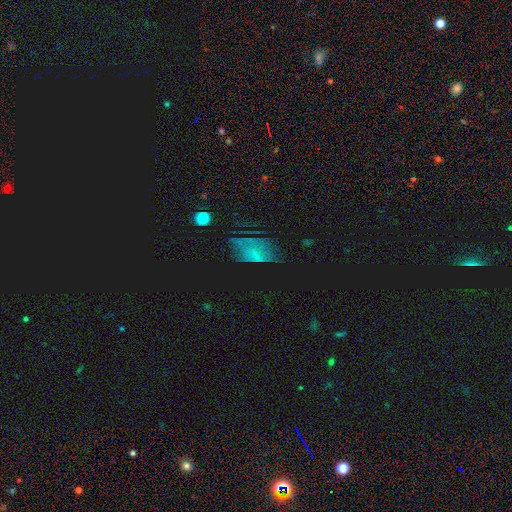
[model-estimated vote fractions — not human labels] Smooth or featured?
  - star or artifact: 43% *
  - smooth: 35%
  - featured or disk: 22%